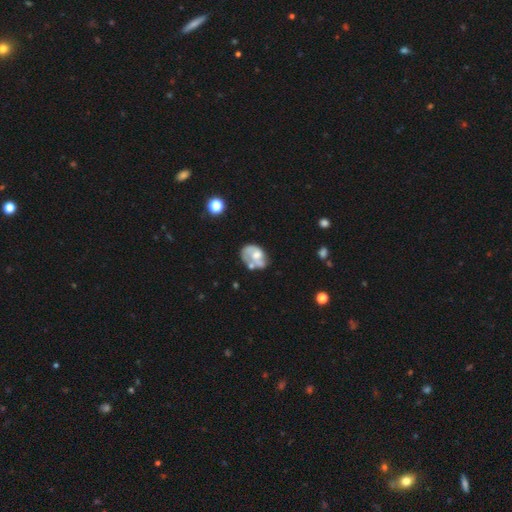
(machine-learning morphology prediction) smooth-or-featured: featured or disk: 55% | smooth: 36% | star or artifact: 8%
  disk-edge-on: no: 97% | yes: 3%
    bar: no: 80% | weak: 17% | strong: 3%
    has-spiral-arms: no: 58% | yes: 42%
    bulge-size: moderate: 48% | small: 23% | none: 16% | large: 11% | dominant: 2%
  merging: none: 31% | merger: 24% | minor disturbance: 24% | major disturbance: 21%